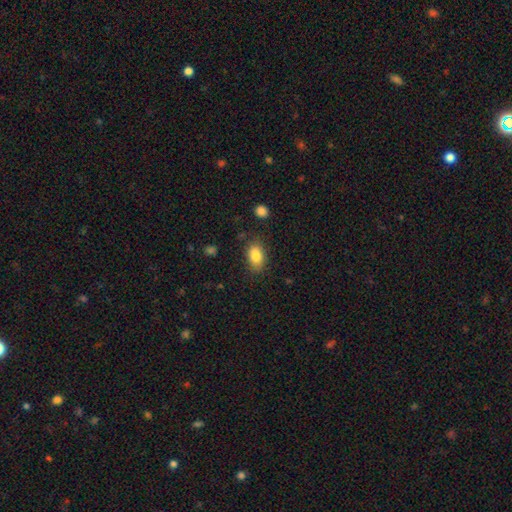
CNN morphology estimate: This is clearly a smooth galaxy (85%). How rounded: clearly in between (88%). Merging: likely none (79%).